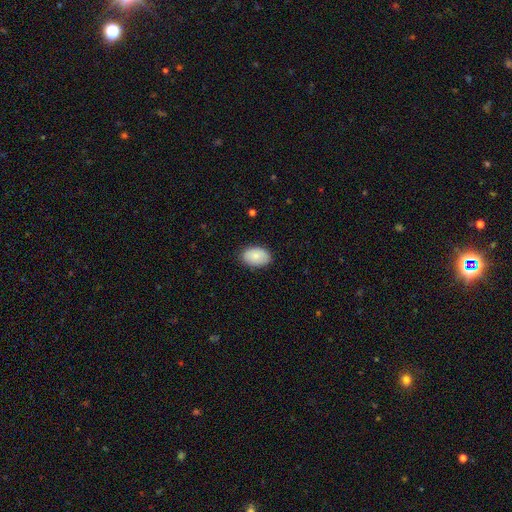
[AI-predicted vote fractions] smooth 87%, featured or disk 7%, star or artifact 6%. Down the decision tree: how rounded — in between (89%); merging — none (85%).